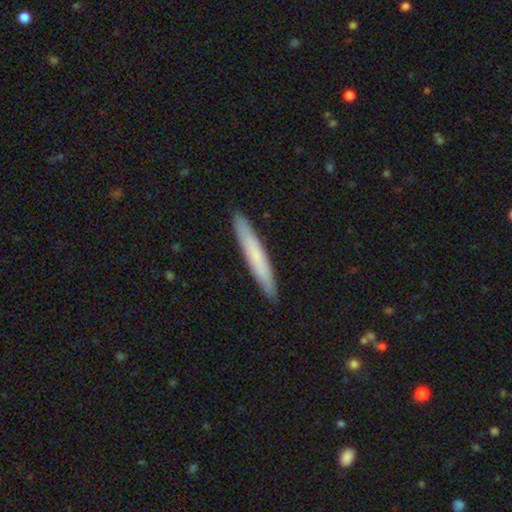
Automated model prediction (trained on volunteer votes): Smooth or featured? Predicted: smooth (p=0.68). How rounded? Predicted: cigar-shaped (p=0.95). Merging? Predicted: none (p=0.91).